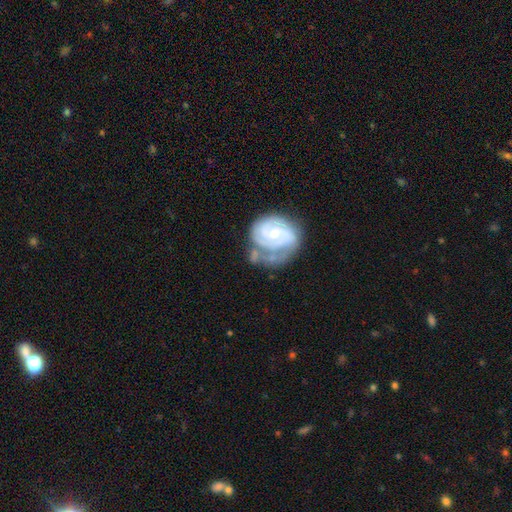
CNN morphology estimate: The model was most divided on "merging": none: 40%, minor disturbance: 28%, major disturbance: 21%, merger: 11%. Remaining: edge-on disk — no (98%); spiral arms — yes (94%); smooth or featured — featured or disk (82%); spiral winding — tight (67%); bar — no (62%); bulge size — small (58%); spiral arm count — 2 (43%).